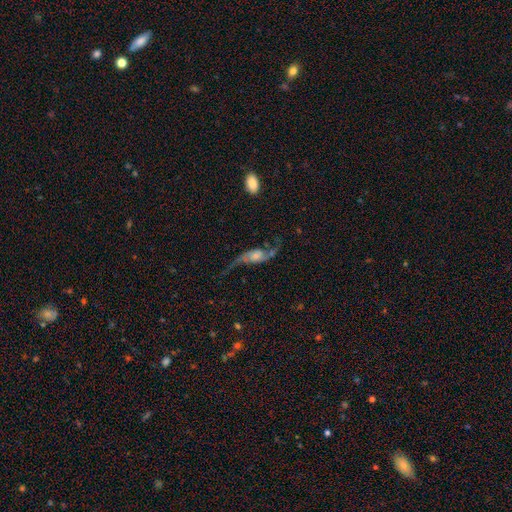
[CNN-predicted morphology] Smooth or featured? Predicted: featured or disk (p=0.85). Edge-on disk? Predicted: no (p=0.91). Bar? Predicted: no (p=0.62). Spiral arms? Predicted: yes (p=0.95). Spiral winding? Predicted: loose (p=0.89). Spiral arm count? Predicted: 2 (p=0.93). Bulge size? Predicted: small (p=0.46). Merging? Predicted: none (p=0.60).